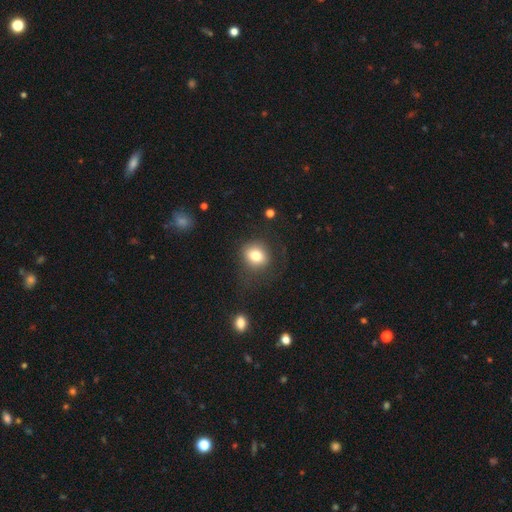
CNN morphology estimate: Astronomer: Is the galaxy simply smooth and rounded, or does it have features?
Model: smooth — 78%.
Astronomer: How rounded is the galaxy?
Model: round — 76%.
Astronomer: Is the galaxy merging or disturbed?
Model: none — 74%.